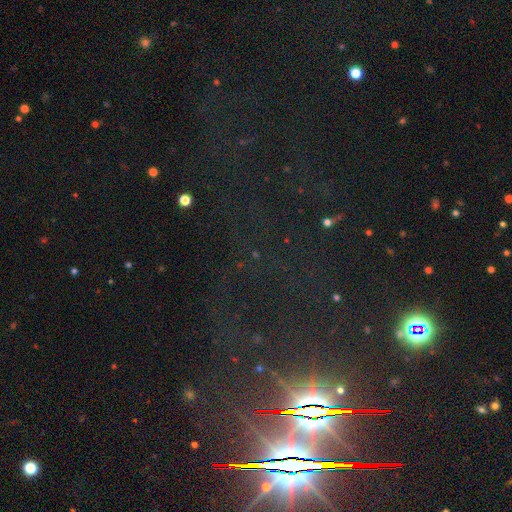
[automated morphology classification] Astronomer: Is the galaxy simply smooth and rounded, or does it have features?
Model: star or artifact — 82%.